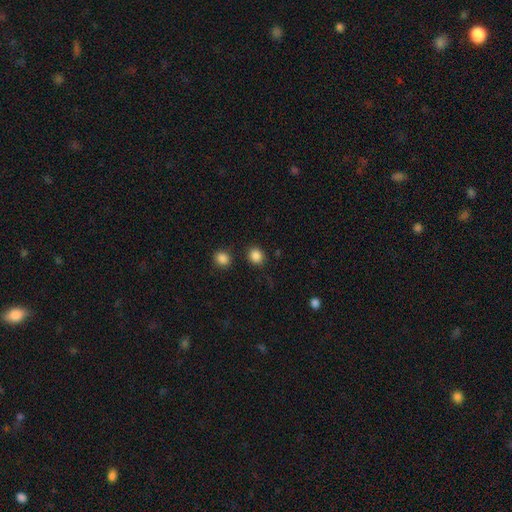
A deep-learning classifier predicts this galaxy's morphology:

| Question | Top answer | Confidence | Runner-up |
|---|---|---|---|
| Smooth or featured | smooth | 86% | star or artifact (11%) |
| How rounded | round | 77% | in between (22%) |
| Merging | none | 84% | minor disturbance (9%) |